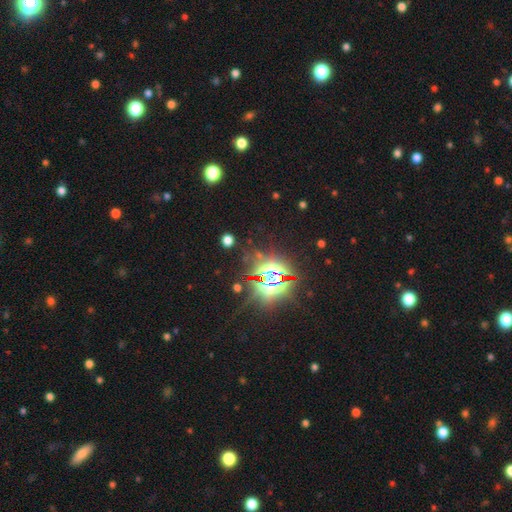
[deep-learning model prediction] Q: Smooth or featured?
A: star or artifact (83%); runner-up: featured or disk (9%)